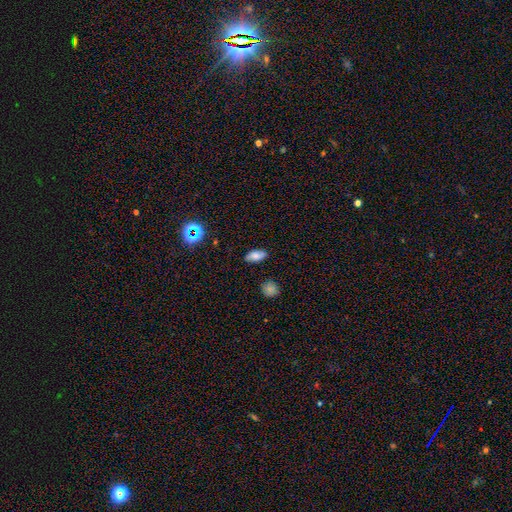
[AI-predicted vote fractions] A smooth galaxy with no disk features (75%) that is in between round and cigar-shaped (89%).

Vote fractions:
- Smooth or featured? smooth: 75% / featured or disk: 14% / star or artifact: 12%
- How rounded? in between: 89% / cigar-shaped: 6% / round: 5%
- Merging? none: 81% / minor disturbance: 14% / major disturbance: 3% / merger: 2%